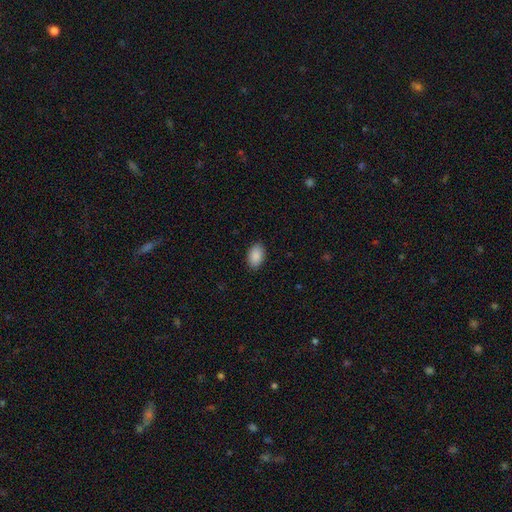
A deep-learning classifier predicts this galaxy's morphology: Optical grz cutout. It shows a smooth galaxy with no disk features (90%) that is in between round and cigar-shaped (92%). Merging: none (89%).